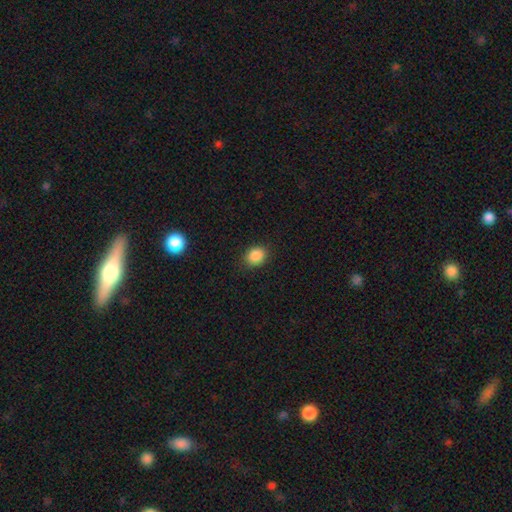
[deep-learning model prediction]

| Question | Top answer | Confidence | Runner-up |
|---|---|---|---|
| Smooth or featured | smooth | 87% | star or artifact (10%) |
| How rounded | round | 55% | in between (44%) |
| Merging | none | 85% | minor disturbance (11%) |